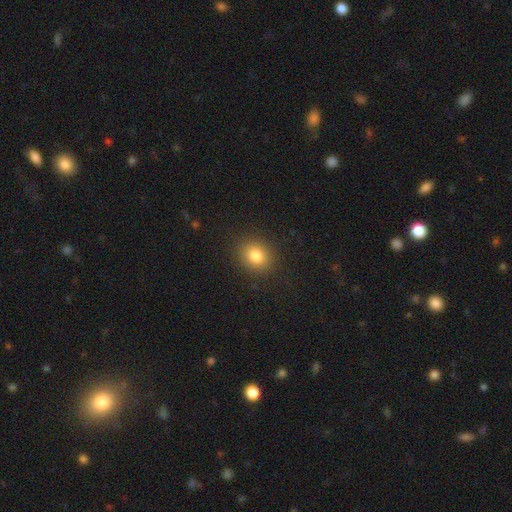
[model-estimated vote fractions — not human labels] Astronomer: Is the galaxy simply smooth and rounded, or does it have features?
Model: smooth — 82%.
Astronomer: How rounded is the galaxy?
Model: round — 66%.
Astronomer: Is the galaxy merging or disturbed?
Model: none — 89%.